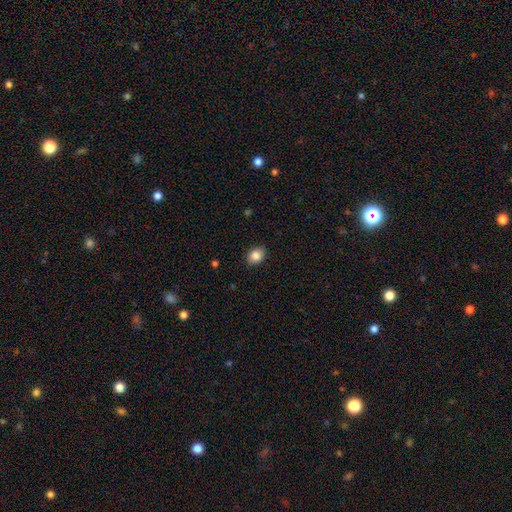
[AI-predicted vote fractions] Smooth or featured? smooth (85%)
How rounded? in between (63%)
Merging? none (87%)